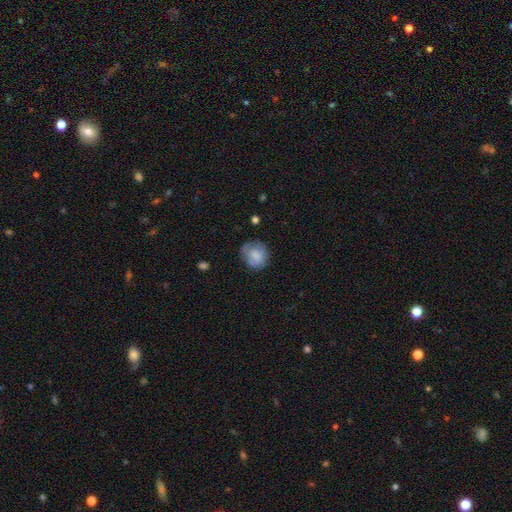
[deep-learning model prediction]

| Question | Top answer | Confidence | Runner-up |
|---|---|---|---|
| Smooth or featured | smooth | 70% | featured or disk (22%) |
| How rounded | round | 72% | in between (27%) |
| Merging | none | 59% | minor disturbance (26%) |